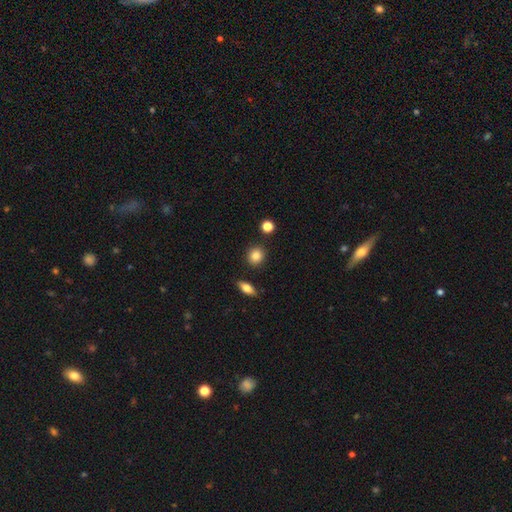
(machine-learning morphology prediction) Overall: smooth (85%). How rounded: round (81%). Merging: none (88%).